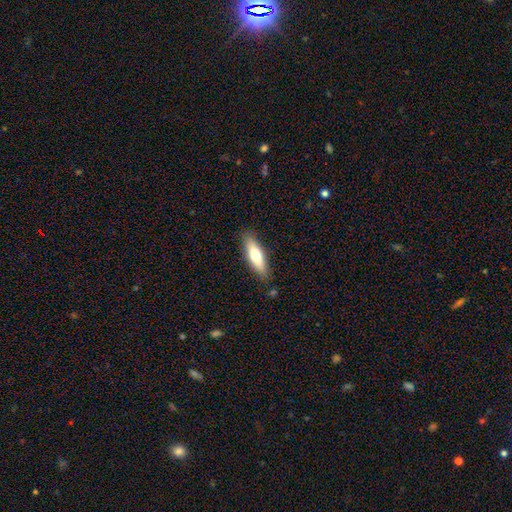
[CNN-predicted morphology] Q: Smooth or featured?
A: smooth (63%); runner-up: featured or disk (31%)
Q: How rounded?
A: cigar-shaped (56%); runner-up: in between (43%)
Q: Merging?
A: none (86%); runner-up: minor disturbance (10%)